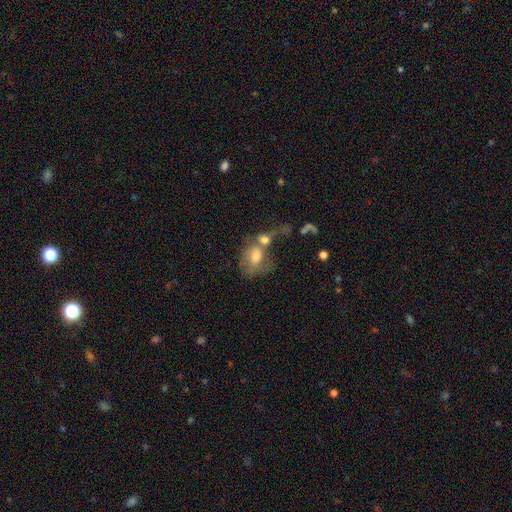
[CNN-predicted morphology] smooth_or_featured: smooth (p=0.58) [alt: featured or disk p=0.31]
how_rounded: in between (p=0.68) [alt: round p=0.30]
merging: merger (p=0.58) [alt: none p=0.18]